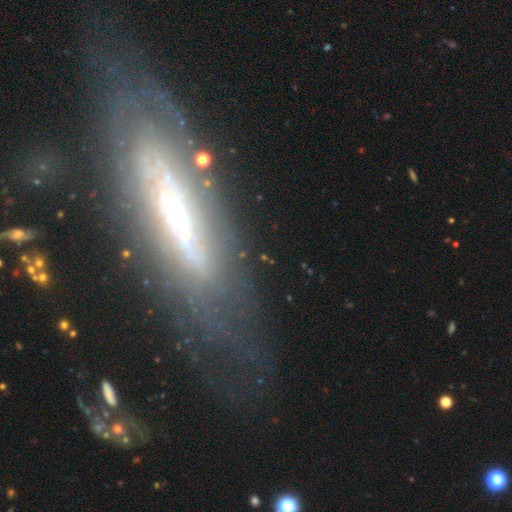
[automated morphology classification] smooth-or-featured: featured or disk: 74% | smooth: 17% | star or artifact: 9%
  disk-edge-on: no: 67% | yes: 33%
  merging: none: 68% | minor disturbance: 19% | major disturbance: 11% | merger: 3%